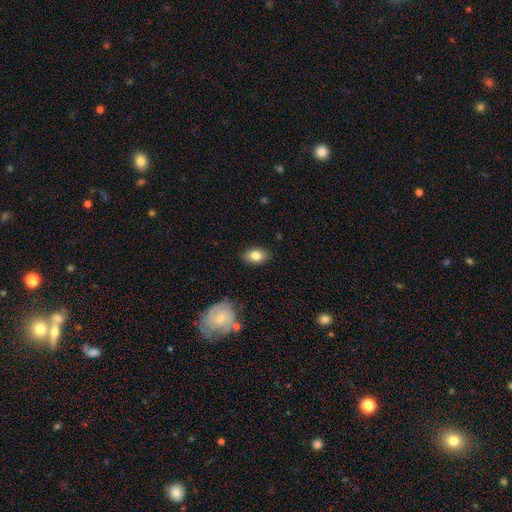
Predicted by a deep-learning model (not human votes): Q: Smooth or featured?
A: smooth (81%); runner-up: featured or disk (11%)
Q: How rounded?
A: in between (83%); runner-up: round (15%)
Q: Merging?
A: none (84%); runner-up: minor disturbance (12%)